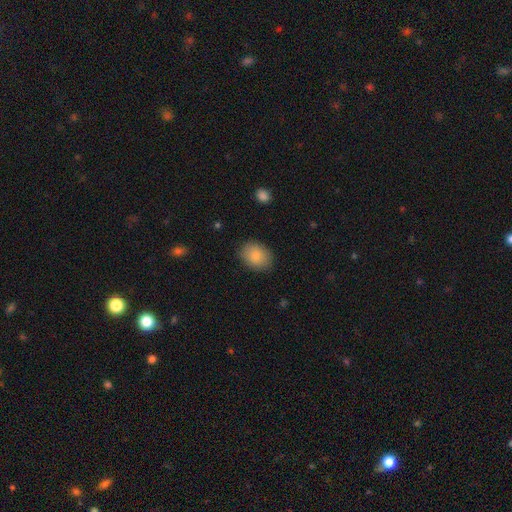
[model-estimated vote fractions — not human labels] smooth-or-featured: smooth: 86% | featured or disk: 7% | star or artifact: 7%
  how-rounded: in between: 65% | round: 34% | cigar-shaped: 1%
  merging: none: 85% | minor disturbance: 11% | major disturbance: 3% | merger: 1%